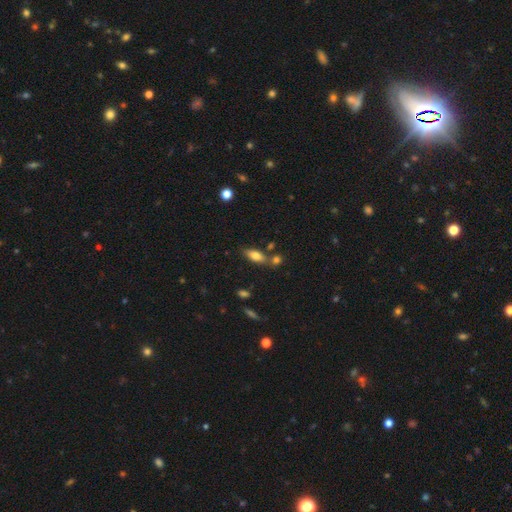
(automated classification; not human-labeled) smooth 76%, featured or disk 16%, star or artifact 8%. Down the decision tree: how rounded — in between (80%); merging — none (65%).